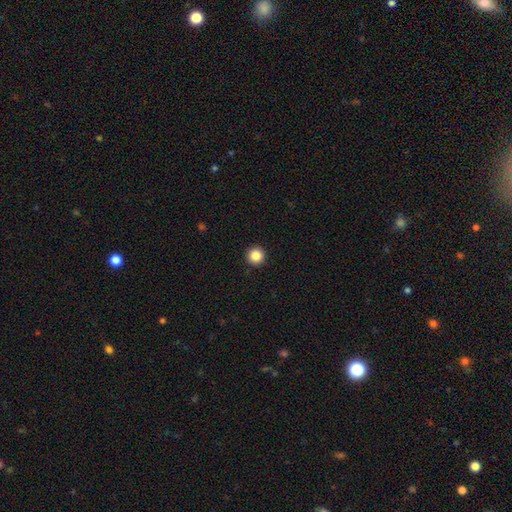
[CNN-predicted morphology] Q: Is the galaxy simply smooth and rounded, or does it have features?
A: smooth — 85%.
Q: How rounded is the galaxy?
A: round — 97%.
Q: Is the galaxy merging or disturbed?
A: none — 94%.